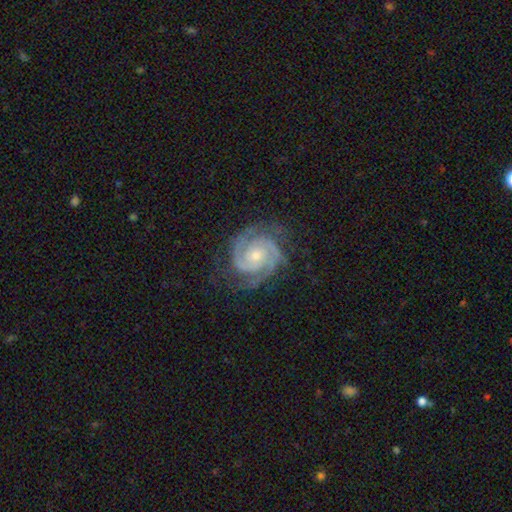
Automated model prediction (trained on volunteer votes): Overall: featured or disk (93%). Edge-on disk: no (98%). Bar: no (68%). Spiral arms: yes (99%). Spiral arm count: 2 (72%). Spiral winding: tight (71%). Bulge size: small (51%; moderate 44%). Merging: none (78%).